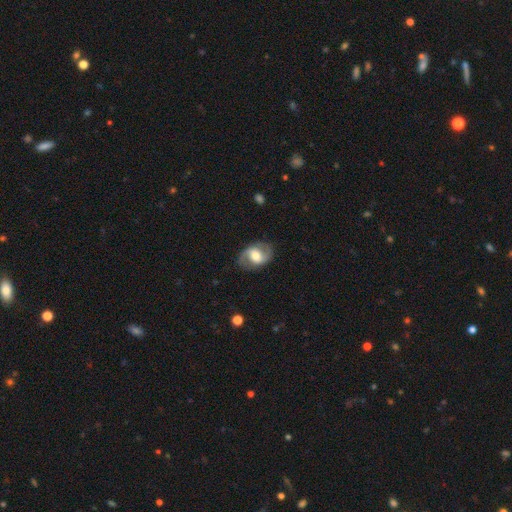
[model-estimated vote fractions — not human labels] Smooth or featured? Predicted: featured or disk (p=0.67). Edge-on disk? Predicted: no (p=0.96). Bar? Predicted: weak (p=0.46). Spiral arms? Predicted: yes (p=0.82). Spiral winding? Predicted: medium (p=0.47). Spiral arm count? Predicted: 2 (p=0.89). Bulge size? Predicted: moderate (p=0.60). Merging? Predicted: none (p=0.80).